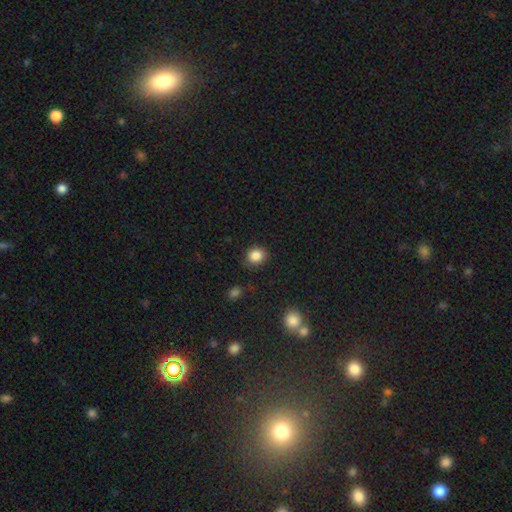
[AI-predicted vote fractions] Smooth or featured? Predicted: smooth (p=0.86). How rounded? Predicted: round (p=0.75). Merging? Predicted: none (p=0.85).